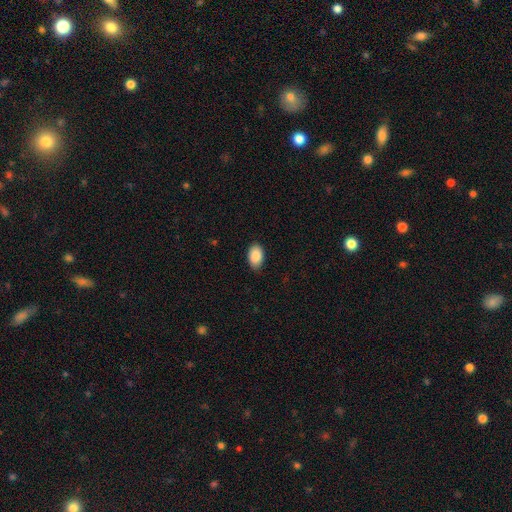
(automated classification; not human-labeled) A smooth galaxy with no disk features (90%) that is in between round and cigar-shaped (92%).

Vote fractions:
- Smooth or featured? smooth: 90% / star or artifact: 7% / featured or disk: 4%
- How rounded? in between: 92% / round: 7% / cigar-shaped: 1%
- Merging? none: 87% / minor disturbance: 10% / major disturbance: 2% / merger: 1%